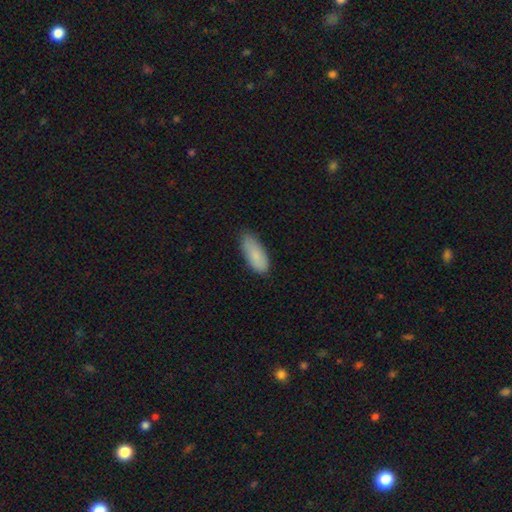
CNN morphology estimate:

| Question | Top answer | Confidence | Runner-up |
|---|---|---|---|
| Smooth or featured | smooth | 85% | featured or disk (9%) |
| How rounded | in between | 82% | cigar-shaped (16%) |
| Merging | none | 76% | minor disturbance (20%) |